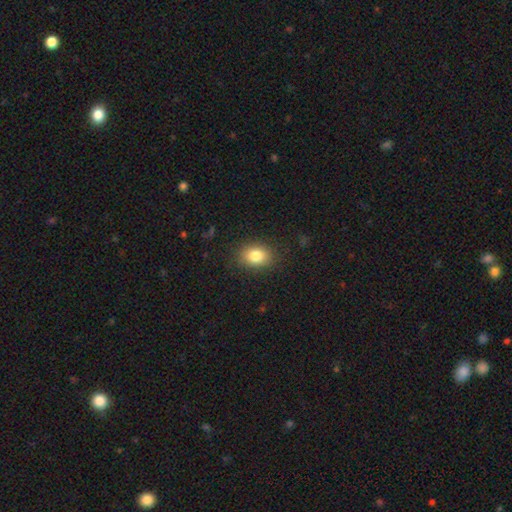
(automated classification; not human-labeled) This is clearly a smooth galaxy (82%). How rounded: likely in between (61%). Merging: clearly none (85%).